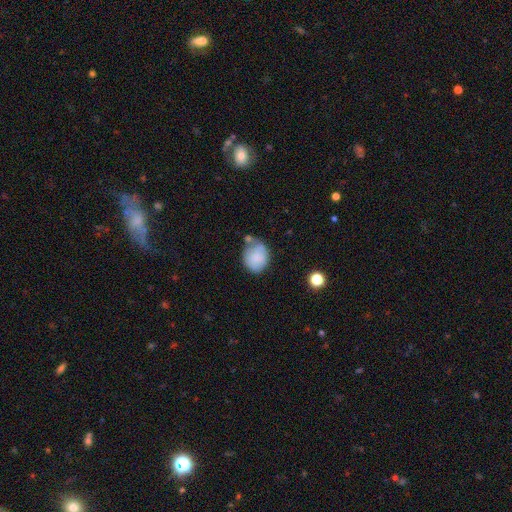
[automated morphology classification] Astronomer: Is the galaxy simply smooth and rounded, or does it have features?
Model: smooth — 81%.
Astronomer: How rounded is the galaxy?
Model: round — 55% (runner-up: in between, 44%).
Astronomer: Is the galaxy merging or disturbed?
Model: none — 45% (runner-up: minor disturbance, 29%).